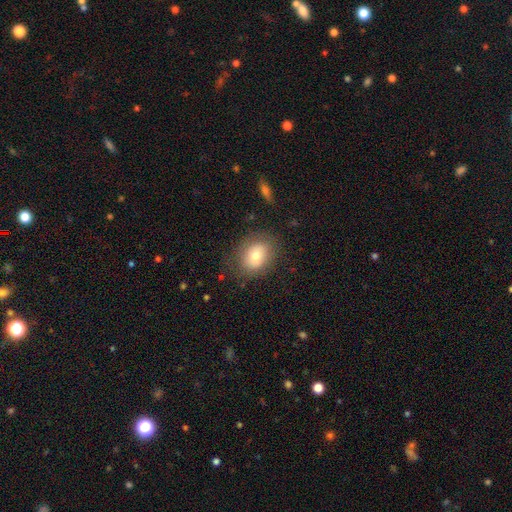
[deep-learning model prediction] A smooth galaxy with no disk features (69%) that is in between round and cigar-shaped (54%).

Vote fractions:
- Smooth or featured? smooth: 69% / featured or disk: 22% / star or artifact: 9%
- How rounded? in between: 54% / round: 45% / cigar-shaped: 1%
- Merging? none: 78% / minor disturbance: 15% / major disturbance: 6% / merger: 1%